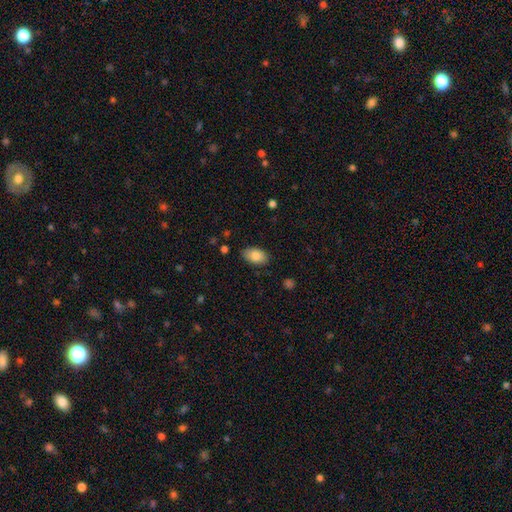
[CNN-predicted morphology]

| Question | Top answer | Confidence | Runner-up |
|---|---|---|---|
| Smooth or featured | smooth | 86% | featured or disk (7%) |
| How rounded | in between | 92% | round (7%) |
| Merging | none | 84% | minor disturbance (12%) |